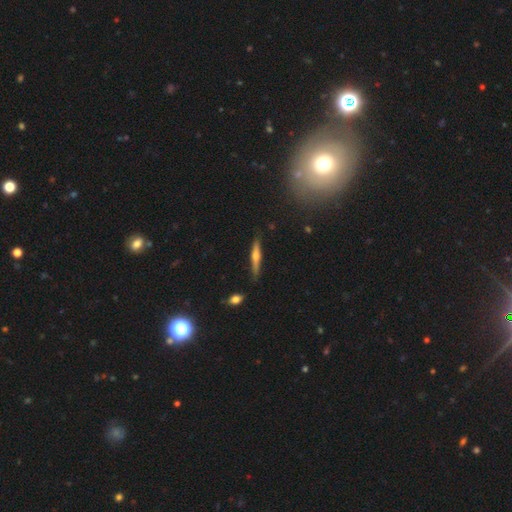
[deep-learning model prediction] Smooth or featured?
  - featured or disk: 52% *
  - smooth: 41%
  - star or artifact: 7%
Edge-on disk?
  - yes: 95% *
  - no: 5%
Merging?
  - none: 85% *
  - minor disturbance: 11%
  - major disturbance: 2%
  - merger: 2%